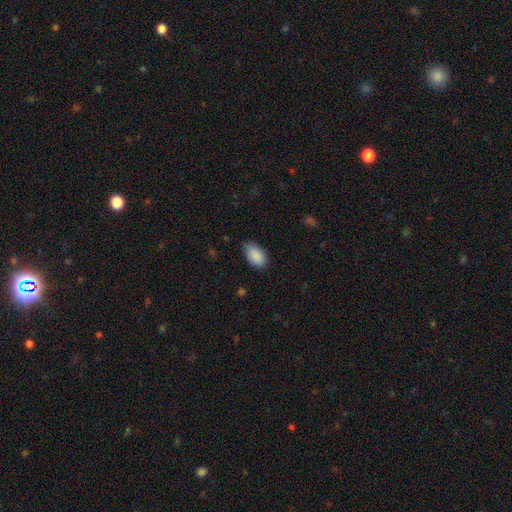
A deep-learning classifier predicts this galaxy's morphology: The model was most divided on "merging": none: 66%, minor disturbance: 29%, major disturbance: 4%, merger: 1%. More confident: how rounded — in between (93%); smooth or featured — smooth (89%).